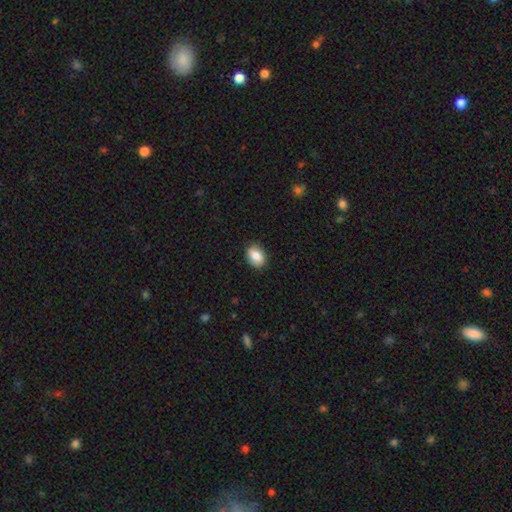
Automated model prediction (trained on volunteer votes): Morphology: type=smooth (84%); roundness=in between (75%); merging=none (88%).